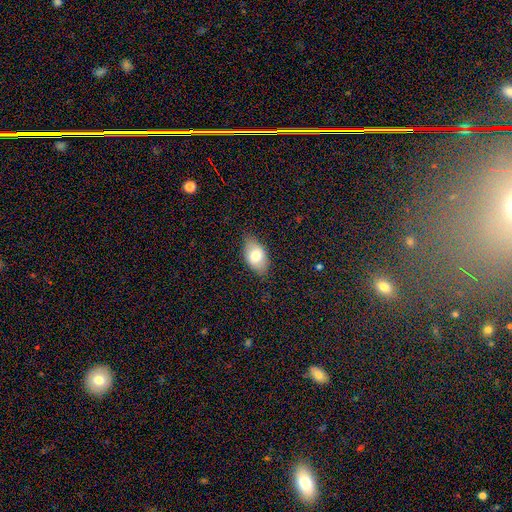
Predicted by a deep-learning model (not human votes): Q: Smooth or featured?
A: smooth (75%); runner-up: featured or disk (18%)
Q: How rounded?
A: in between (91%); runner-up: round (6%)
Q: Merging?
A: none (79%); runner-up: minor disturbance (17%)